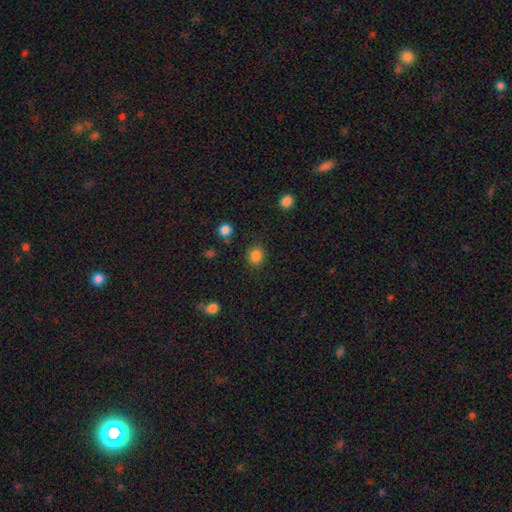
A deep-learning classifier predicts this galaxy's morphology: Smooth or featured? Predicted: smooth (p=0.85). How rounded? Predicted: round (p=0.78). Merging? Predicted: none (p=0.86).